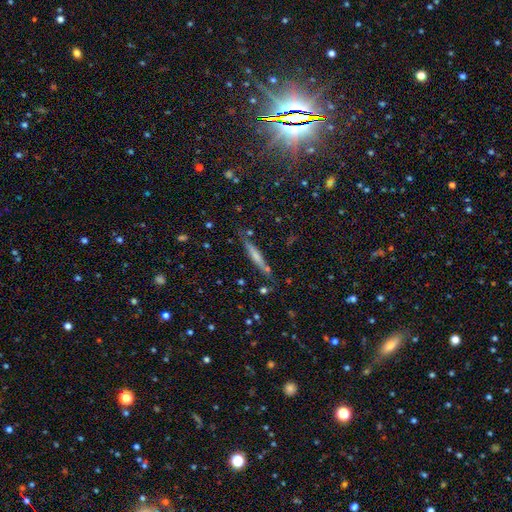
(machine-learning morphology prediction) Smooth or featured: smooth — 49% (featured or disk — 43%)
Merging: none — 76% (minor disturbance — 15%)